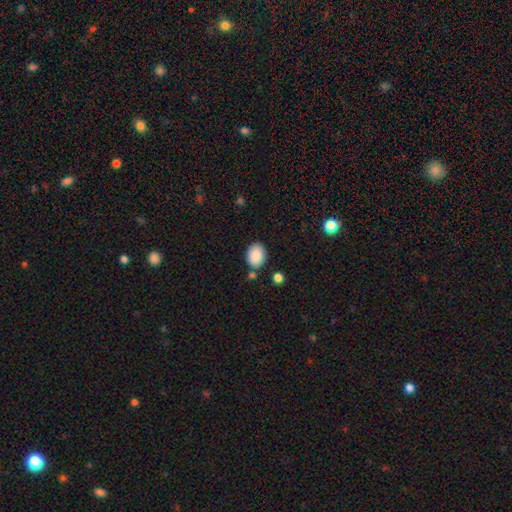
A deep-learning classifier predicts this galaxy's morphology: Q: Smooth or featured?
A: smooth (88%); runner-up: star or artifact (7%)
Q: How rounded?
A: in between (72%); runner-up: round (27%)
Q: Merging?
A: none (80%); runner-up: minor disturbance (12%)